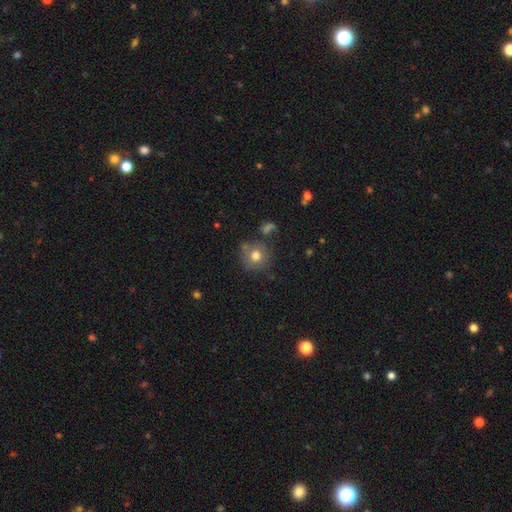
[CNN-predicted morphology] Q: Smooth or featured?
A: smooth (74%); runner-up: featured or disk (15%)
Q: How rounded?
A: round (89%); runner-up: in between (10%)
Q: Merging?
A: none (70%); runner-up: minor disturbance (16%)